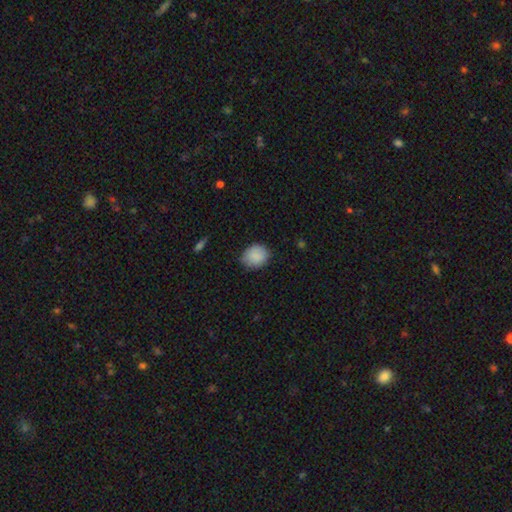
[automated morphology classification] type=smooth (88%); roundness=round (56%); merging=none (78%).